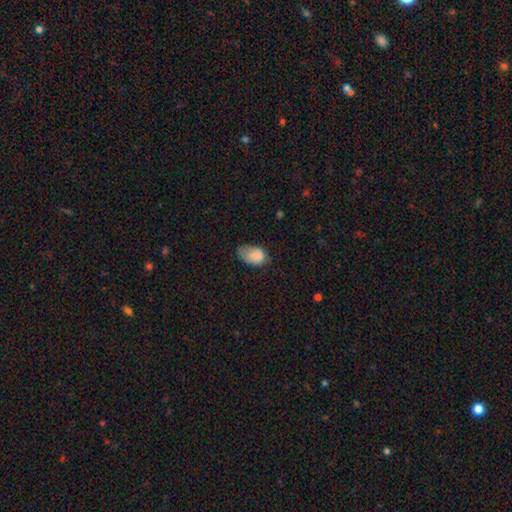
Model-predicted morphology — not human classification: Q: Smooth or featured?
A: smooth (82%); runner-up: featured or disk (9%)
Q: How rounded?
A: in between (89%); runner-up: round (10%)
Q: Merging?
A: none (42%); runner-up: minor disturbance (41%)